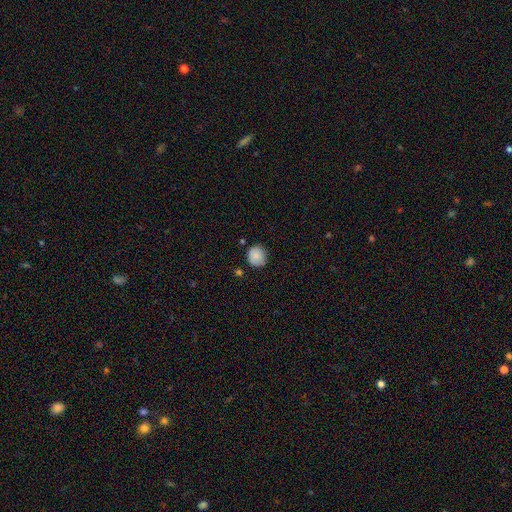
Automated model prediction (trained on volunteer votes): smooth-or-featured: smooth: 85% | star or artifact: 8% | featured or disk: 7%
  how-rounded: round: 88% | in between: 12% | cigar-shaped: 1%
  merging: none: 79% | minor disturbance: 15% | merger: 3% | major disturbance: 3%